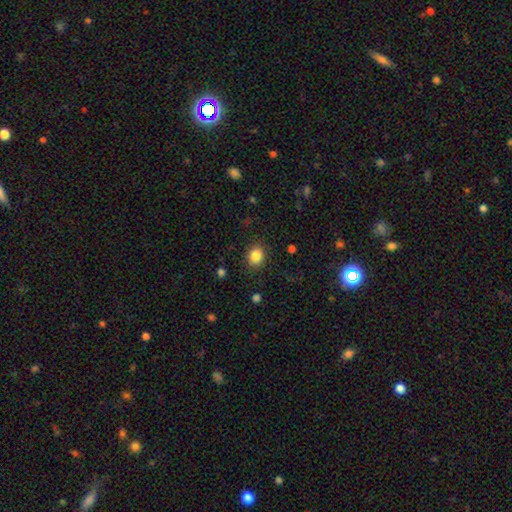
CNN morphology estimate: This appears to be a smooth galaxy with no disk features (85%) that is round (63%). Merging: none (87%).